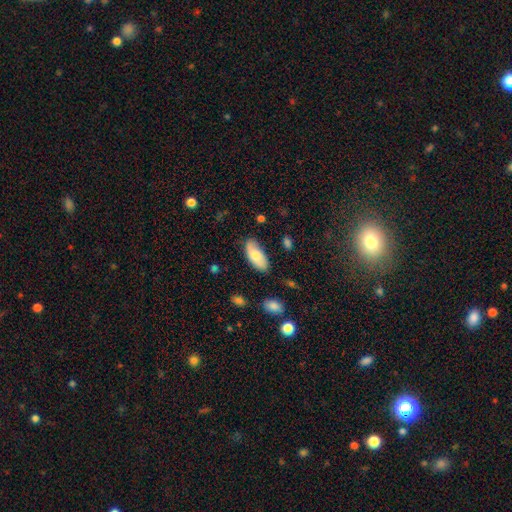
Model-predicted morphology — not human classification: Q: Smooth or featured?
A: smooth (74%); runner-up: featured or disk (20%)
Q: How rounded?
A: in between (89%); runner-up: cigar-shaped (9%)
Q: Merging?
A: none (74%); runner-up: minor disturbance (20%)